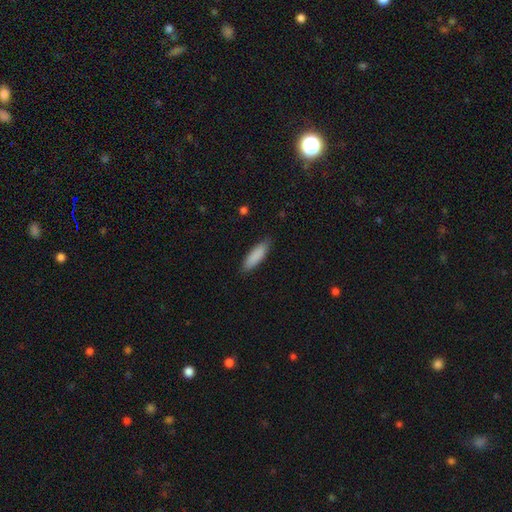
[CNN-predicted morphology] A smooth galaxy with no disk features (88%) that is cigar-shaped (55%). Merging: none (86%).